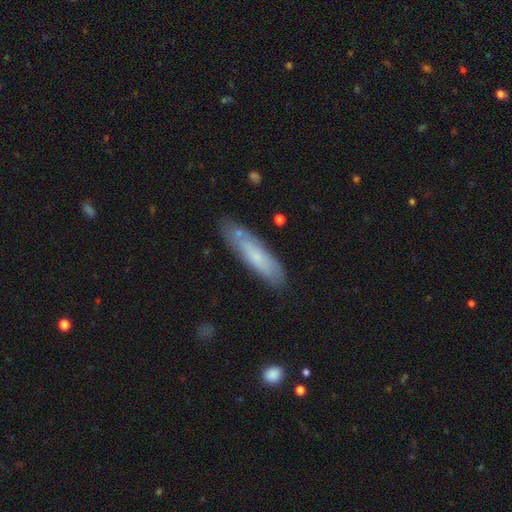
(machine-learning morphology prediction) Smooth or featured? Predicted: smooth (p=0.66). How rounded? Predicted: cigar-shaped (p=0.77). Merging? Predicted: none (p=0.78).